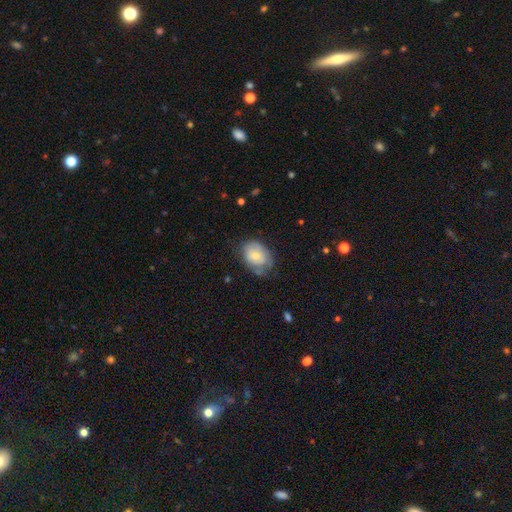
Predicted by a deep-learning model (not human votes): smooth_or_featured: smooth (p=0.65) [alt: featured or disk p=0.28]
how_rounded: in between (p=0.72) [alt: round p=0.27]
merging: none (p=0.54) [alt: minor disturbance p=0.32]